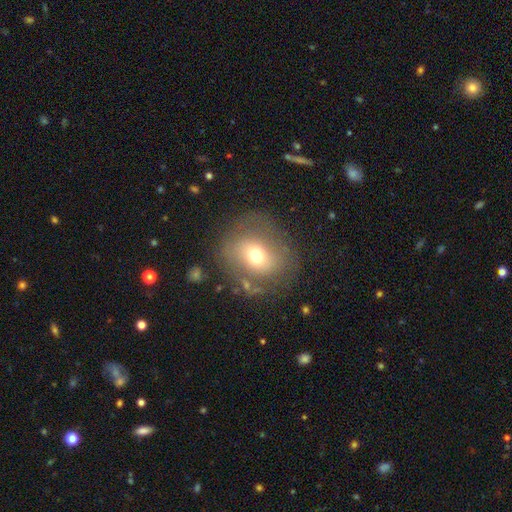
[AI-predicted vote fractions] Morphology: type=smooth (58%); roundness=round (65%); merging=none (70%).